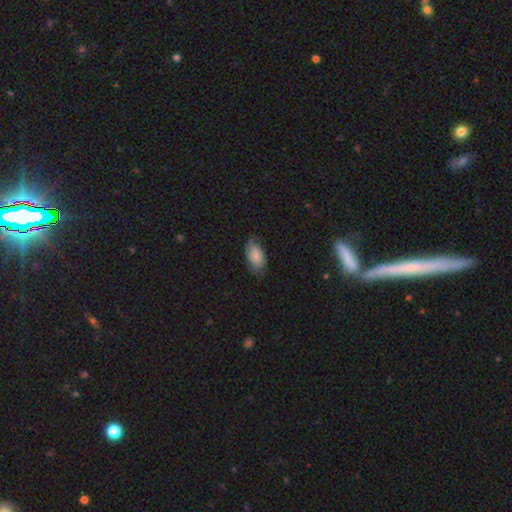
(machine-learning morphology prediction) type=smooth (77%); roundness=in between (94%); merging=none (62%).